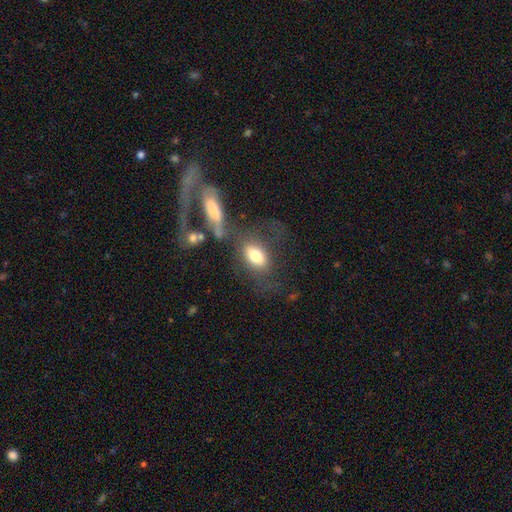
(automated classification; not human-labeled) A smooth galaxy with no disk features (73%) that is in between round and cigar-shaped (87%).

Vote fractions:
- Smooth or featured? smooth: 73% / featured or disk: 19% / star or artifact: 8%
- How rounded? in between: 87% / round: 9% / cigar-shaped: 4%
- Merging? none: 47% / major disturbance: 19% / merger: 18% / minor disturbance: 16%